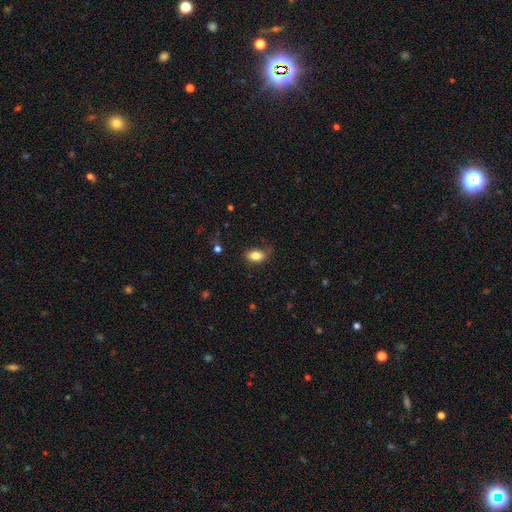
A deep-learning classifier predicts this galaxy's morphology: This is clearly a smooth galaxy (84%). How rounded: clearly in between (85%). Merging: likely none (73%).